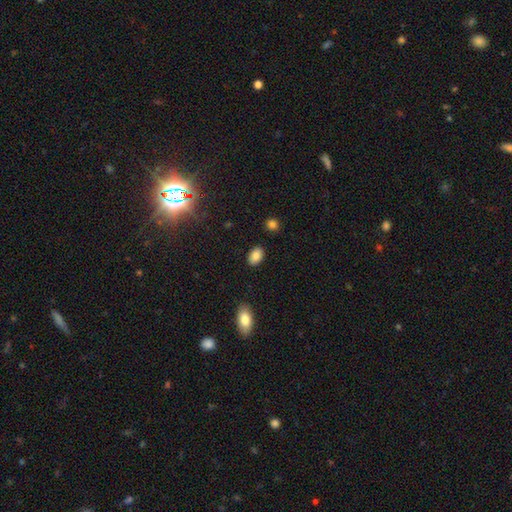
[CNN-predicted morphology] A smooth galaxy with no disk features (85%) that is in between round and cigar-shaped (88%). Merging: none (87%).